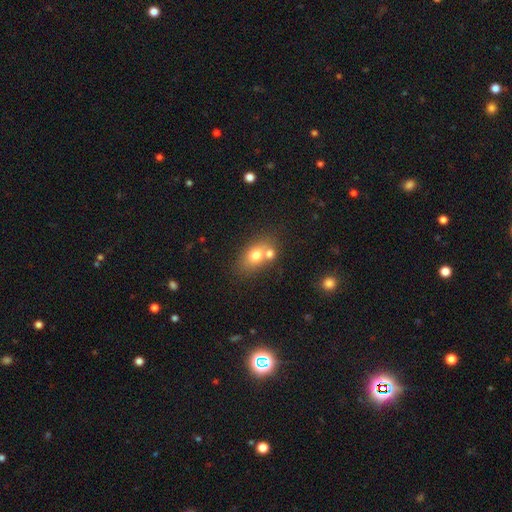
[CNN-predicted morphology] Smooth or featured? Predicted: smooth (p=0.71). How rounded? Predicted: in between (p=0.65). Merging? Predicted: none (p=0.45).